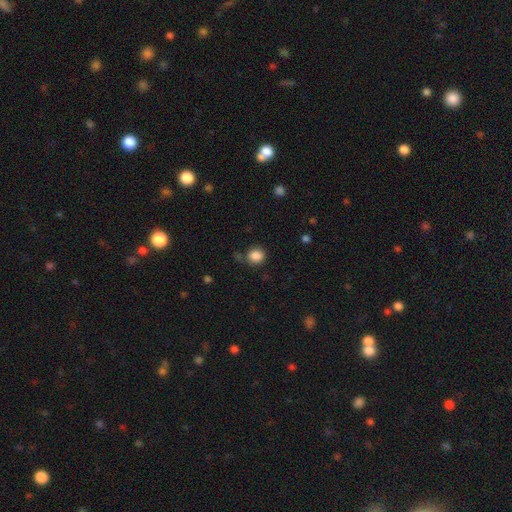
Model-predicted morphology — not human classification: smooth_or_featured: smooth (p=0.86) [alt: star or artifact p=0.10]
how_rounded: round (p=0.81) [alt: in between p=0.19]
merging: none (p=0.76) [alt: minor disturbance p=0.15]